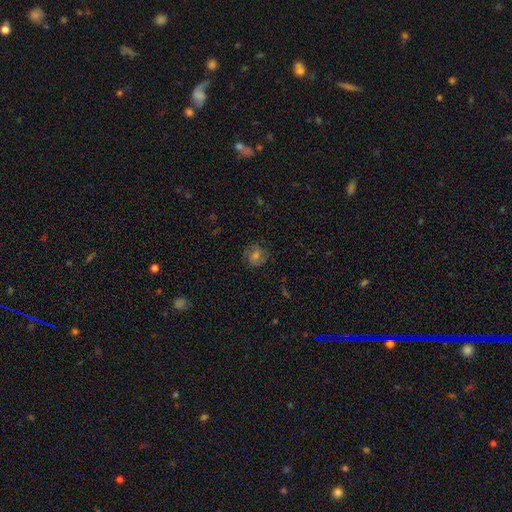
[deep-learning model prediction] Overall: featured or disk (44%; smooth 37%). Merging: none (81%).